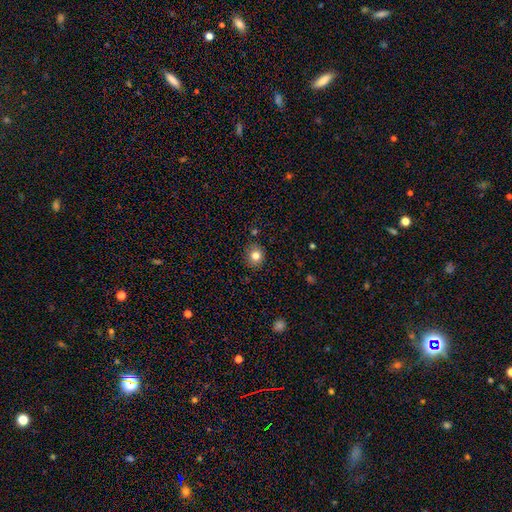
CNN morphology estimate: Overall: smooth (80%). How rounded: round (81%). Merging: none (87%).